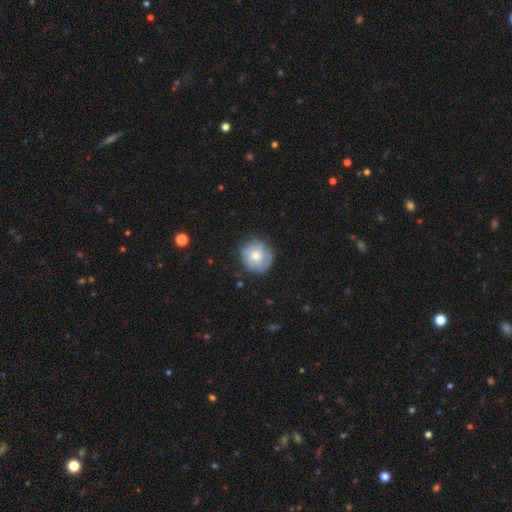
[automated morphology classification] Smooth or featured: featured or disk — 48% (smooth — 45%)
Merging: none — 72% (minor disturbance — 20%)